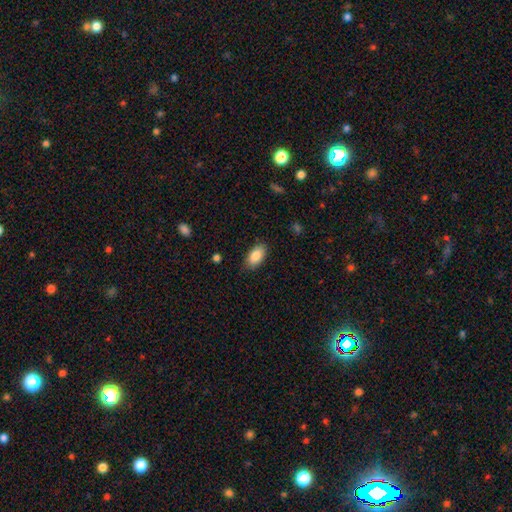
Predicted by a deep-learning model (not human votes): Smooth or featured? smooth (87%)
How rounded? in between (93%)
Merging? none (84%)